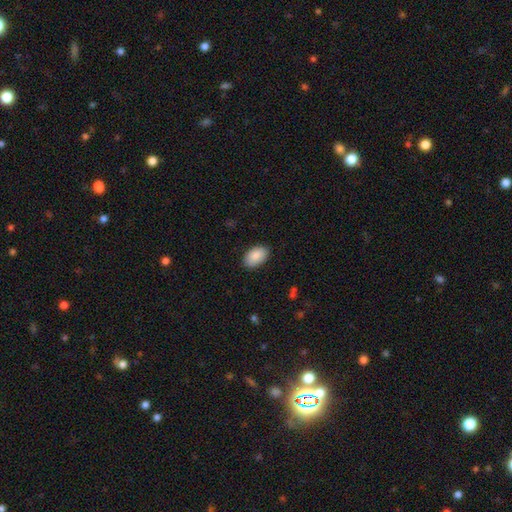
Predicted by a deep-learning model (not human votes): The model was most divided on "merging": none: 87%, minor disturbance: 10%, major disturbance: 2%, merger: 1%. More confident: how rounded — in between (93%); smooth or featured — smooth (88%).